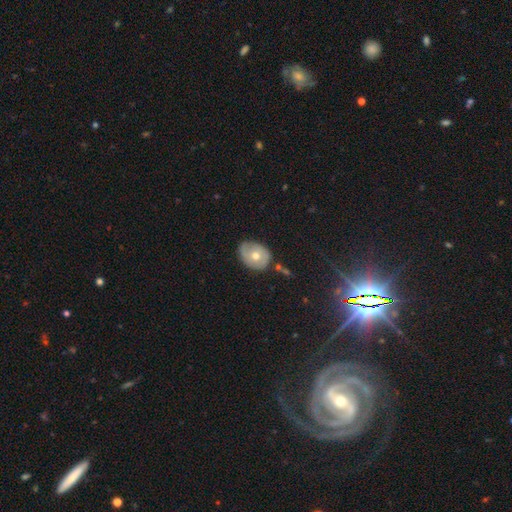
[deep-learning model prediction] Smooth or featured? Predicted: smooth (p=0.56). How rounded? Predicted: in between (p=0.56). Merging? Predicted: none (p=0.69).